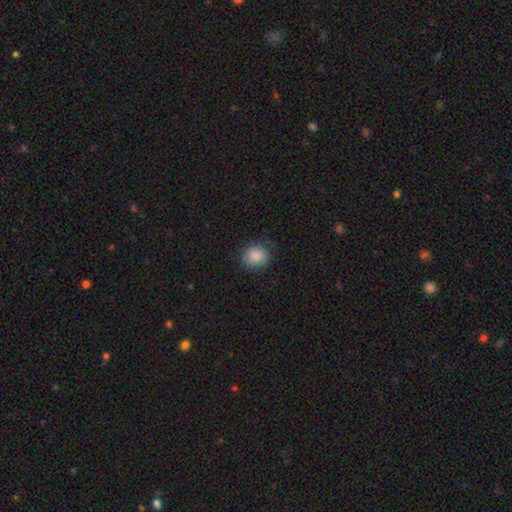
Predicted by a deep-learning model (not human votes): smooth-or-featured: smooth: 86% | star or artifact: 8% | featured or disk: 6%
  how-rounded: round: 76% | in between: 23% | cigar-shaped: 1%
  merging: none: 74% | minor disturbance: 19% | major disturbance: 5% | merger: 1%